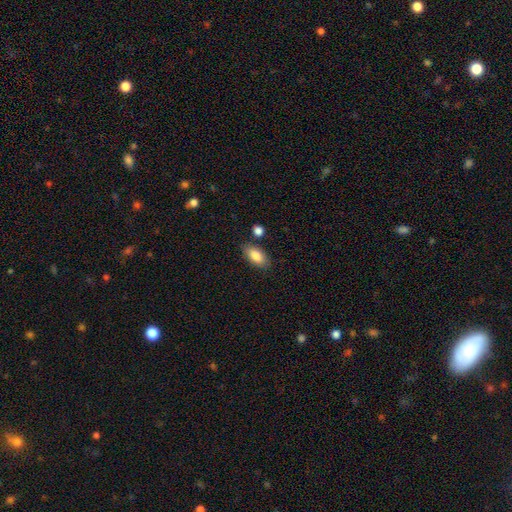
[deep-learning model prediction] Smooth or featured?
  - smooth: 85% *
  - featured or disk: 8%
  - star or artifact: 7%
How rounded?
  - in between: 91% *
  - cigar-shaped: 6%
  - round: 4%
Merging?
  - none: 79% *
  - minor disturbance: 12%
  - merger: 6%
  - major disturbance: 3%